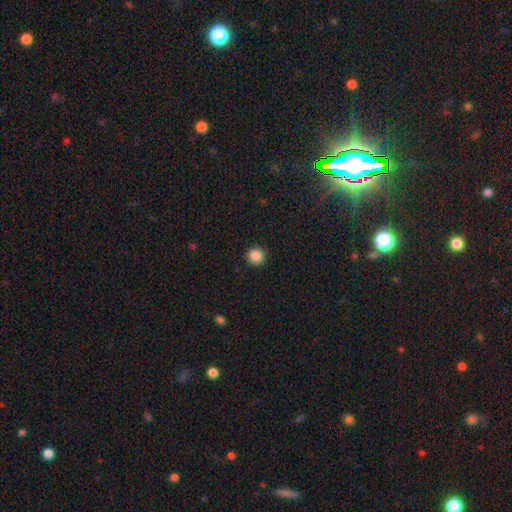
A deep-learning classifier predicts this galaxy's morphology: Smooth or featured?
  - smooth: 87% *
  - star or artifact: 10%
  - featured or disk: 3%
How rounded?
  - round: 96% *
  - in between: 3%
  - cigar-shaped: 1%
Merging?
  - none: 92% *
  - minor disturbance: 5%
  - major disturbance: 2%
  - merger: 1%